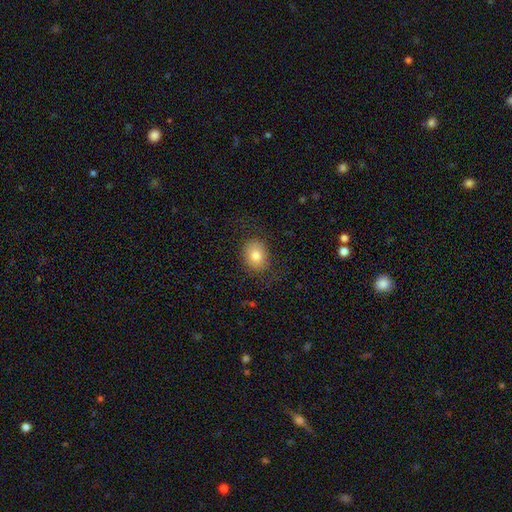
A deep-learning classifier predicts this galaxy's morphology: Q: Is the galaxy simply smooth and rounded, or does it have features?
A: smooth — 78%.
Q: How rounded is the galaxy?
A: round — 51%.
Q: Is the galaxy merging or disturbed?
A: none — 76%.